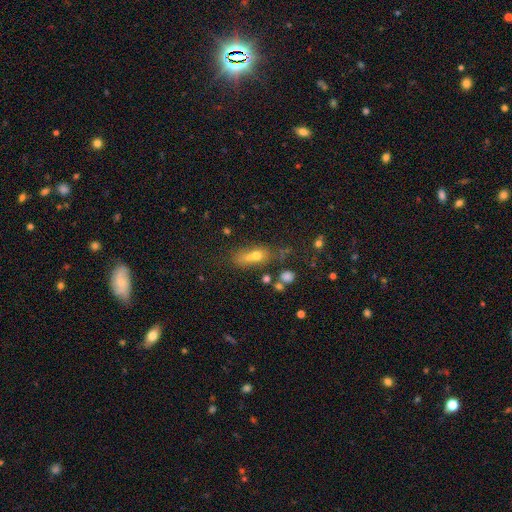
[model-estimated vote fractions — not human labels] smooth 58%, featured or disk 22%, star or artifact 20%. Down the decision tree: how rounded — in between (51%); merging — merger (39%).